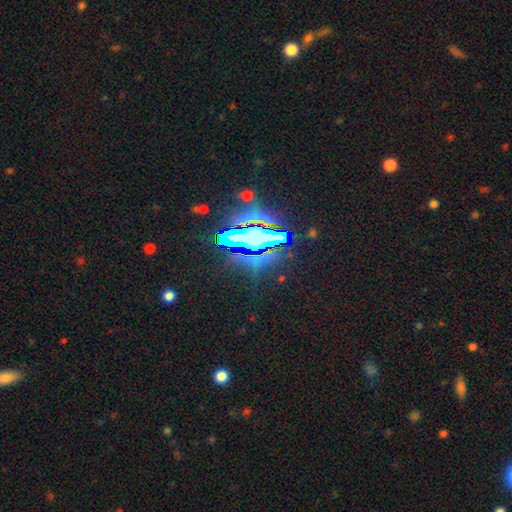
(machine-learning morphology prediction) Smooth or featured: star or artifact — 72% (smooth — 16%)